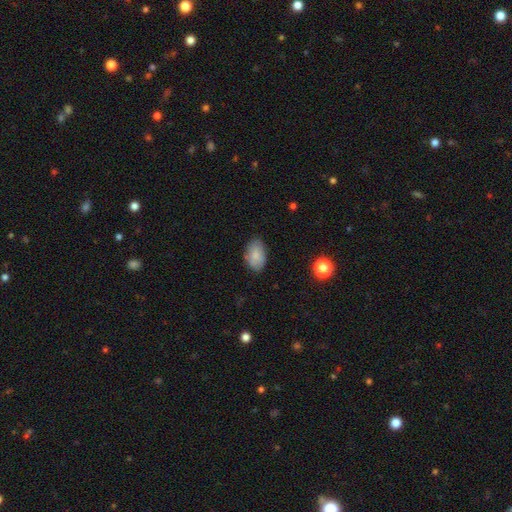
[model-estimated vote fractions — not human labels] Smooth or featured? Predicted: smooth (p=0.81). How rounded? Predicted: in between (p=0.90). Merging? Predicted: none (p=0.79).